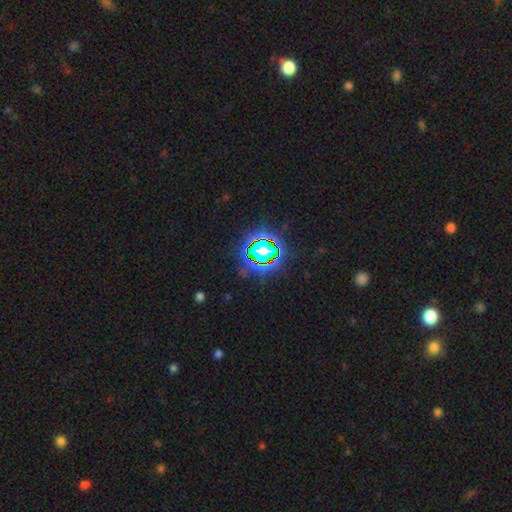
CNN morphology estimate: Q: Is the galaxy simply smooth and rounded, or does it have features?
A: star or artifact — 82%.